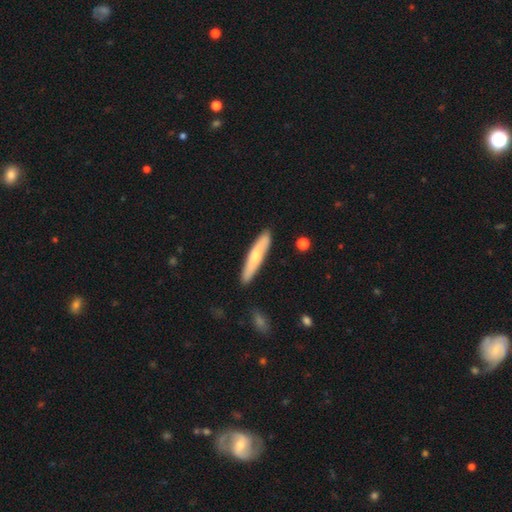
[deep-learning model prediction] This is likely a smooth galaxy (63%). How rounded: clearly cigar-shaped (89%). Merging: clearly none (88%).